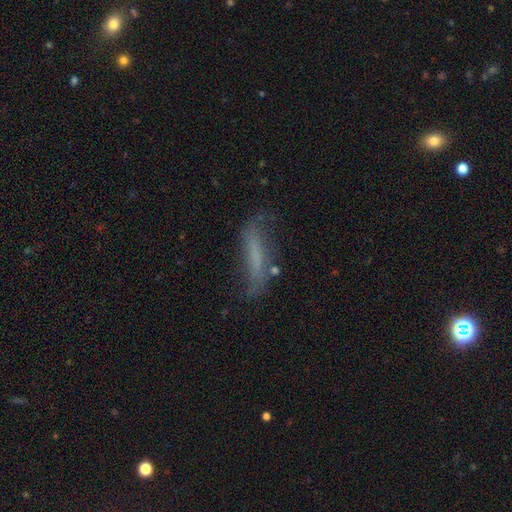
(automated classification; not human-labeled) Smooth or featured?
  - smooth: 49% *
  - featured or disk: 40%
  - star or artifact: 11%
Merging?
  - none: 55% *
  - minor disturbance: 27%
  - major disturbance: 14%
  - merger: 4%